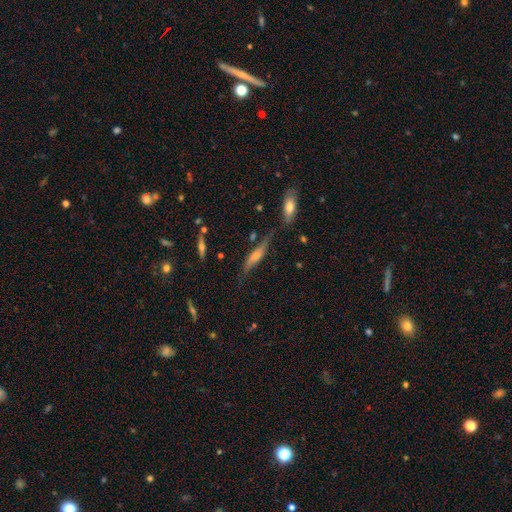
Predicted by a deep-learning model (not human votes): A featured or disk galaxy (51%) viewed edge-on (81%). Merging: none (55%).